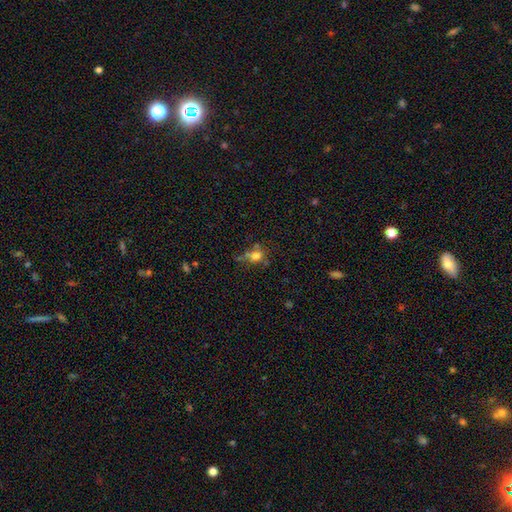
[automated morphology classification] This is likely a smooth galaxy (67%). How rounded: likely round (77%). Merging: possibly none (51%).